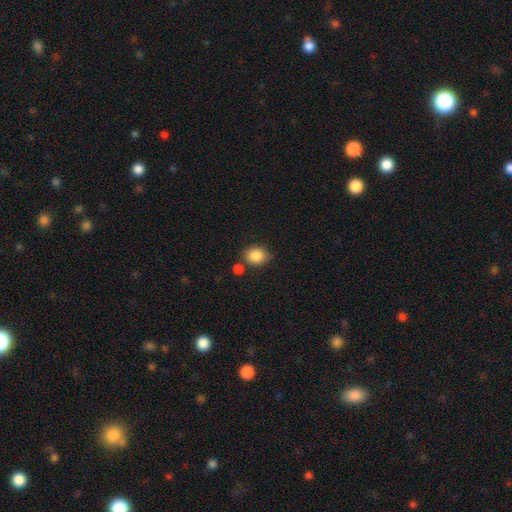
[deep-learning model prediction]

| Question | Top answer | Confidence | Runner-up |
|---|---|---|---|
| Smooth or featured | smooth | 87% | star or artifact (8%) |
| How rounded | round | 51% | in between (48%) |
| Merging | none | 69% | minor disturbance (15%) |